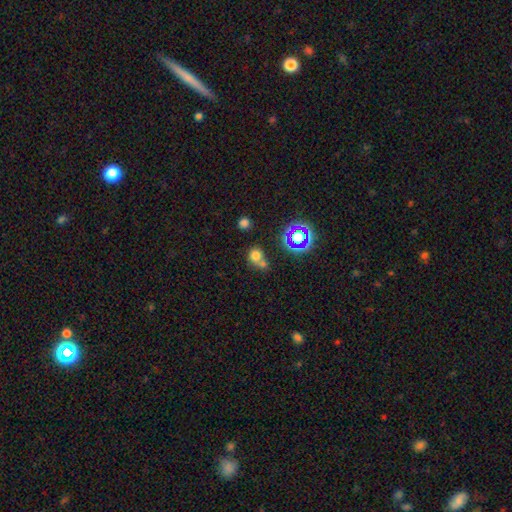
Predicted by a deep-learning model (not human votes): Smooth or featured?
  - smooth: 68% *
  - star or artifact: 20%
  - featured or disk: 12%
How rounded?
  - round: 79% *
  - in between: 20%
  - cigar-shaped: 1%
Merging?
  - none: 47% *
  - merger: 38%
  - minor disturbance: 10%
  - major disturbance: 5%